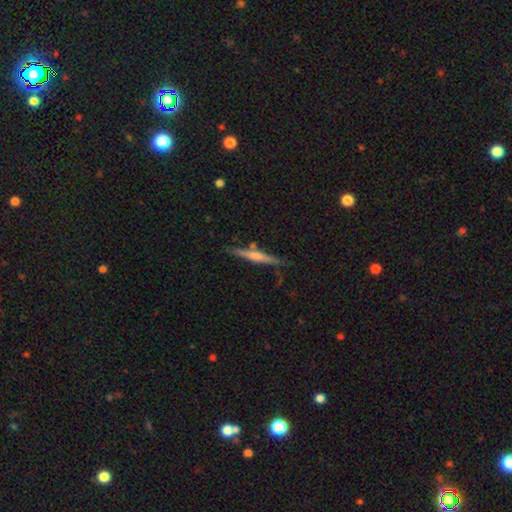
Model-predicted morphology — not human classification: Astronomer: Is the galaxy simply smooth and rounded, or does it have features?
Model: featured or disk — 52% (runner-up: smooth, 42%).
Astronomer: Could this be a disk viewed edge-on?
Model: yes — 96%.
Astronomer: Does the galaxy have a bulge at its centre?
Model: rounded — 54% (runner-up: none, 32%).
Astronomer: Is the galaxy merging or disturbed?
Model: none — 79%.